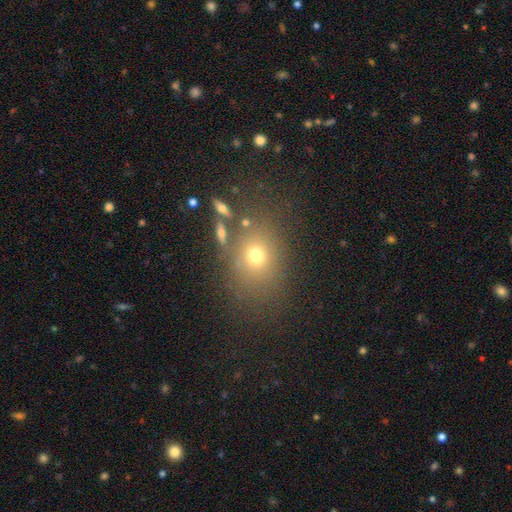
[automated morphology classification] Overall: smooth (67%). How rounded: round (51%; in between 47%). Merging: none (73%).